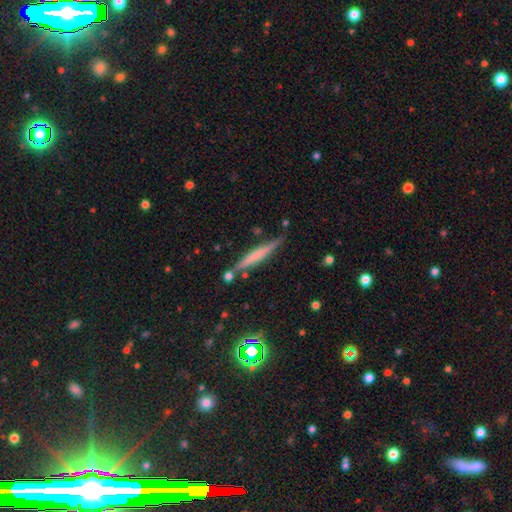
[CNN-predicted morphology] A featured or disk galaxy (48%). Merging: none (79%).